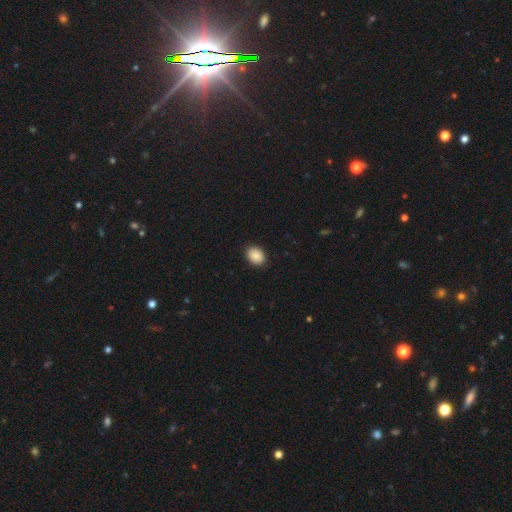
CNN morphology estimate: Smooth or featured: smooth — 88% (star or artifact — 7%)
How rounded: in between — 66% (round — 33%)
Merging: none — 90% (minor disturbance — 7%)